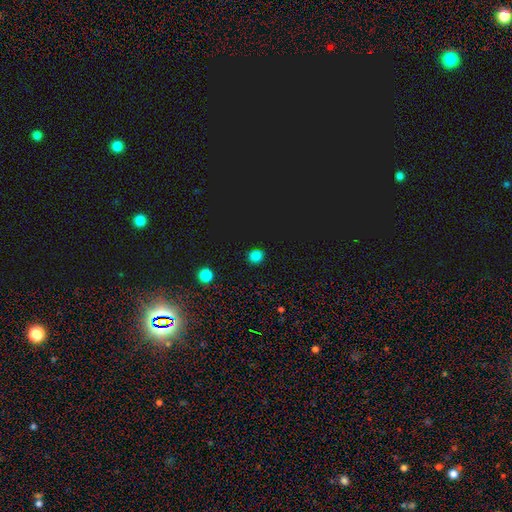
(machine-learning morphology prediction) This appears to be a smooth galaxy with no disk features (76%) that is round (85%). Merging: none (91%).